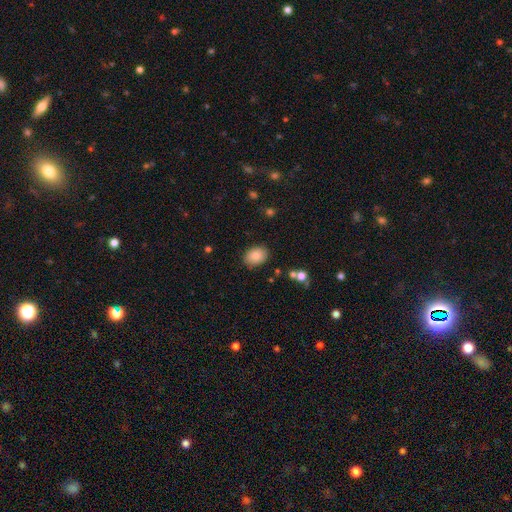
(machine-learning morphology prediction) smooth 84%, star or artifact 8%, featured or disk 8%. Down the decision tree: how rounded — in between (75%); merging — none (87%).